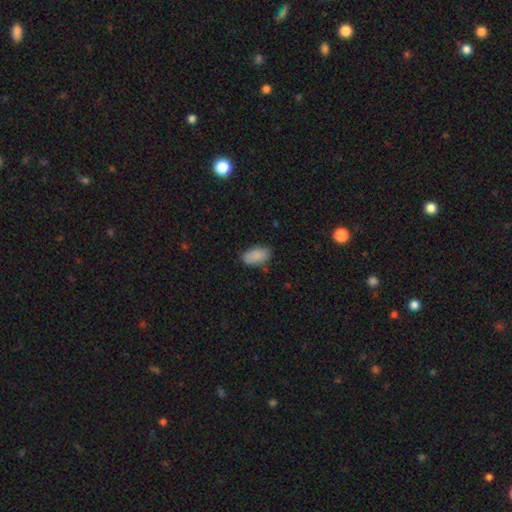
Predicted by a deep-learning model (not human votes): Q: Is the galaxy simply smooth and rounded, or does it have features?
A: smooth — 89%.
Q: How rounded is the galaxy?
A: in between — 94%.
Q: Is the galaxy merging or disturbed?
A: none — 82%.